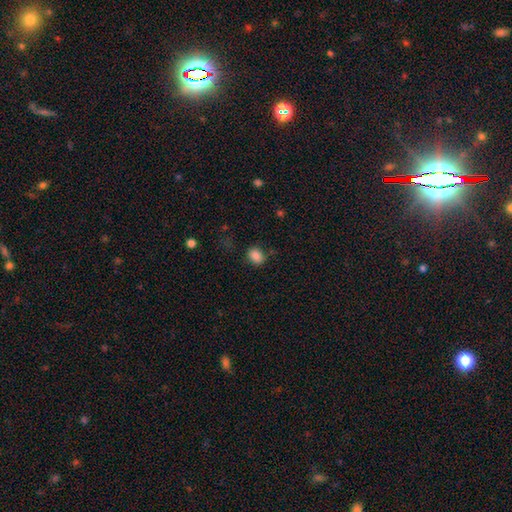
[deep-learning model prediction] This is clearly a smooth galaxy (85%). How rounded: possibly in between (56%). Merging: likely none (77%).